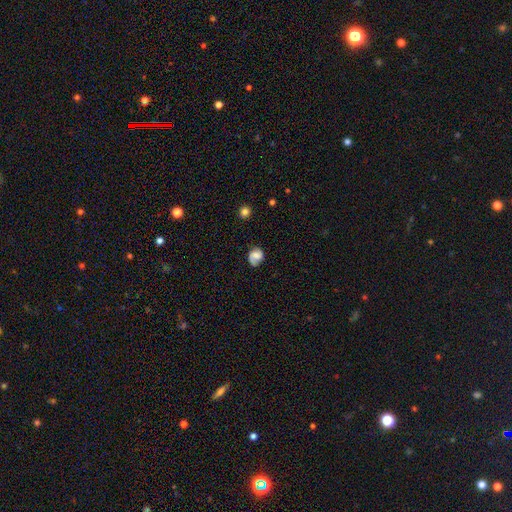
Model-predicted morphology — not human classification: A featured or disk galaxy (47%).

Vote fractions:
- Smooth or featured? featured or disk: 47% / smooth: 43% / star or artifact: 10%
- Merging? none: 63% / minor disturbance: 22% / major disturbance: 13% / merger: 3%